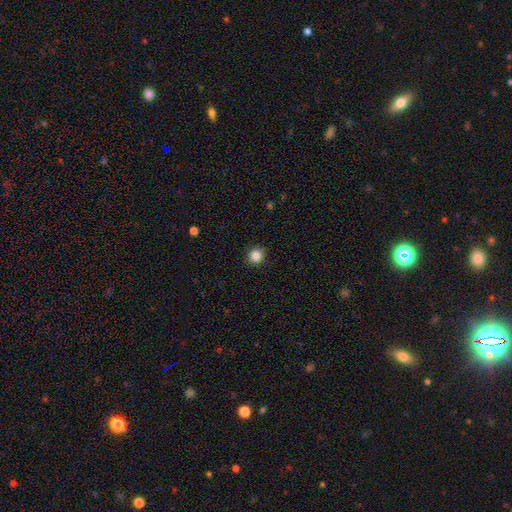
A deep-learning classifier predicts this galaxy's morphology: Smooth or featured? smooth (85%)
How rounded? round (91%)
Merging? none (92%)